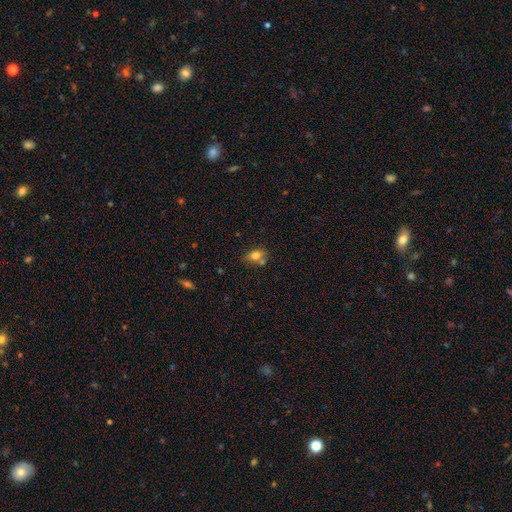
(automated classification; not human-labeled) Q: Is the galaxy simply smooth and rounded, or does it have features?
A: smooth — 71%.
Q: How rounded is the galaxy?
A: in between — 76%.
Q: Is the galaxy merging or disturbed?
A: none — 54%.